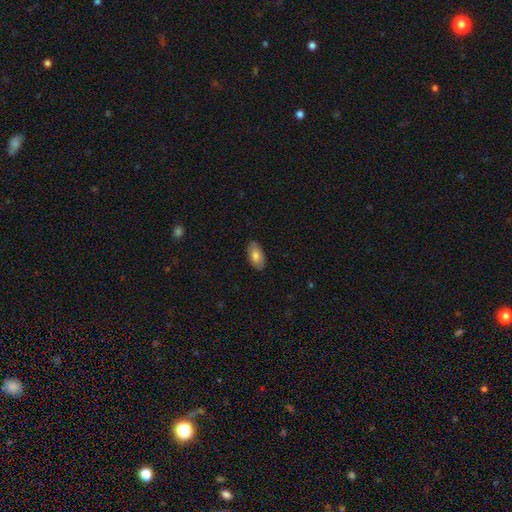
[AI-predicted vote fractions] This appears to be a smooth galaxy with no disk features (77%) that is in between round and cigar-shaped (94%). Merging: none (86%).